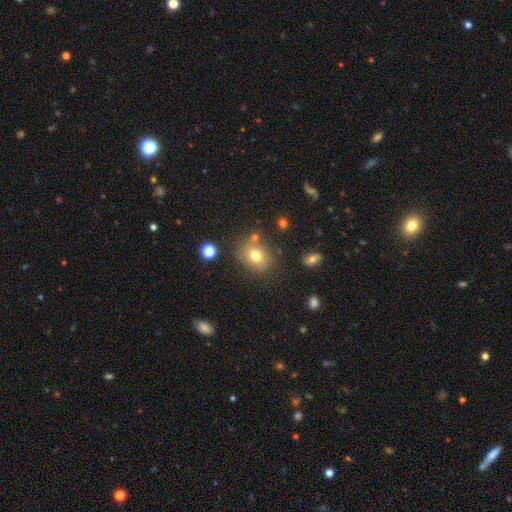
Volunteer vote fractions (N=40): A smooth galaxy with no disk features (78%) that is in between round and cigar-shaped (52%). Merging: none (74%).